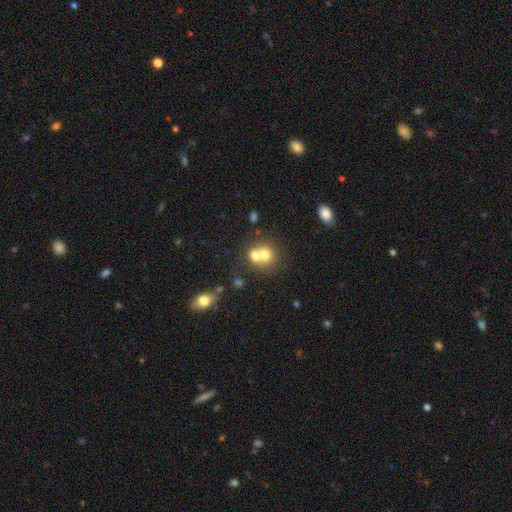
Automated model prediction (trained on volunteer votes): smooth_or_featured: smooth (p=0.69) [alt: featured or disk p=0.20]
how_rounded: round (p=0.77) [alt: in between p=0.22]
merging: merger (p=0.61) [alt: none p=0.30]